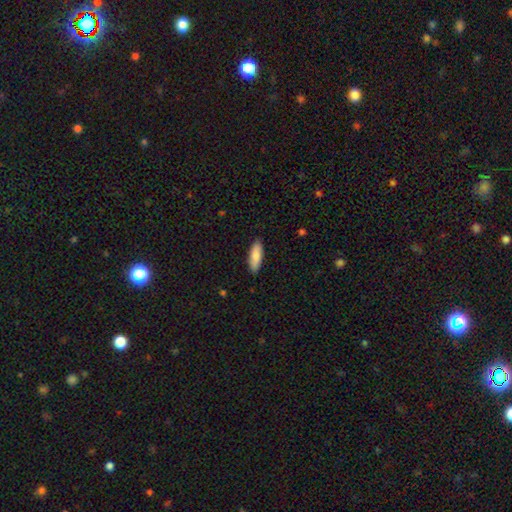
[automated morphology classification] A smooth galaxy with no disk features (85%) that is in between round and cigar-shaped (60%).

Vote fractions:
- Smooth or featured? smooth: 85% / featured or disk: 9% / star or artifact: 6%
- How rounded? in between: 60% / cigar-shaped: 39% / round: 2%
- Merging? none: 88% / minor disturbance: 9% / major disturbance: 2% / merger: 1%